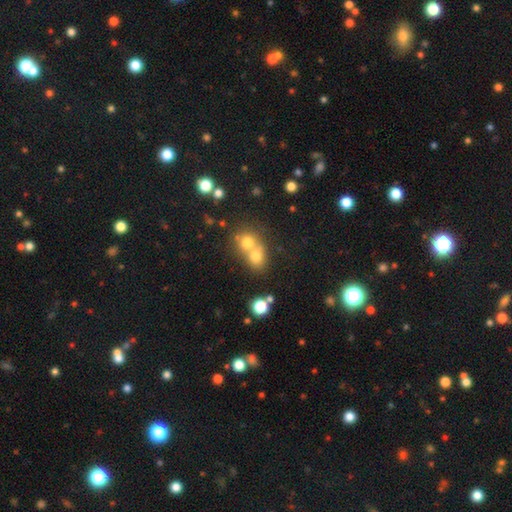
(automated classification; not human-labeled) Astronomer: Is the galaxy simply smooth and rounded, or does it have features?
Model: smooth — 72%.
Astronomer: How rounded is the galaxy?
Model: round — 71%.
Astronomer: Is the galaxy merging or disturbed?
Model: merger — 62%.